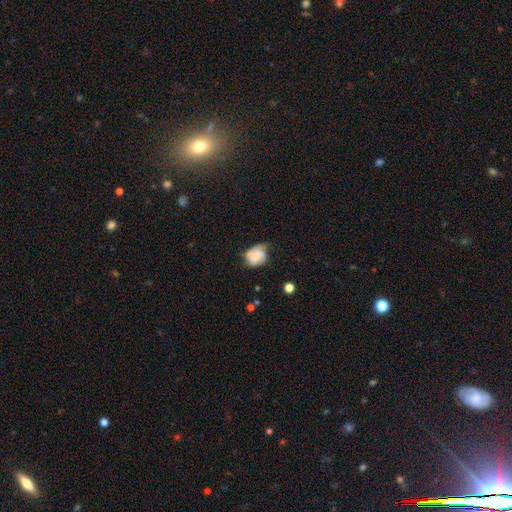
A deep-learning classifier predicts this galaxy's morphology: Overall: featured or disk (49%; smooth 42%). Merging: none (45%; minor disturbance 36%).